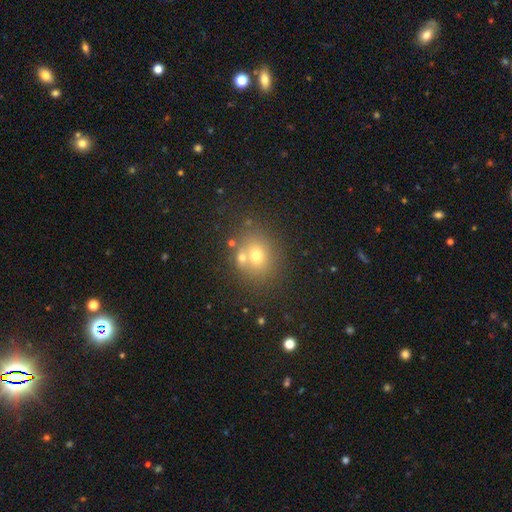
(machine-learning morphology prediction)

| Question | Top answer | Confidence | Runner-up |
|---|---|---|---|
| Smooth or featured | smooth | 67% | featured or disk (17%) |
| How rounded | round | 68% | in between (31%) |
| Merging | none | 61% | merger (24%) |